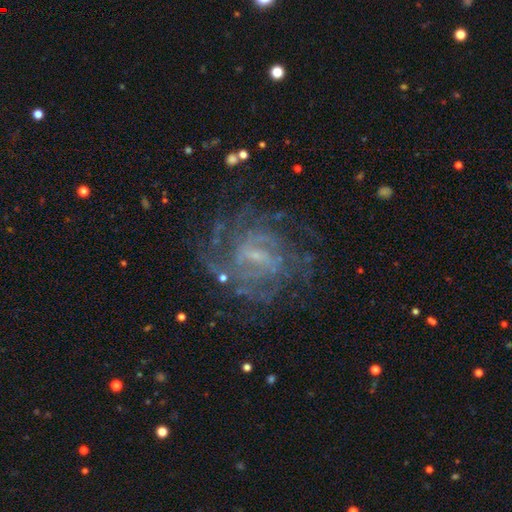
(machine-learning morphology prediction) Smooth or featured: featured or disk — 84% (star or artifact — 9%)
Edge-on disk: no — 97% (yes — 3%)
Bar: weak — 57% (no — 22%)
Spiral arms: yes — 92% (no — 8%)
Spiral winding: tight — 58% (medium — 33%)
Spiral arm count: can't tell — 40% (4 — 18%)
Bulge size: small — 65% (moderate — 17%)
Merging: none — 71% (minor disturbance — 15%)